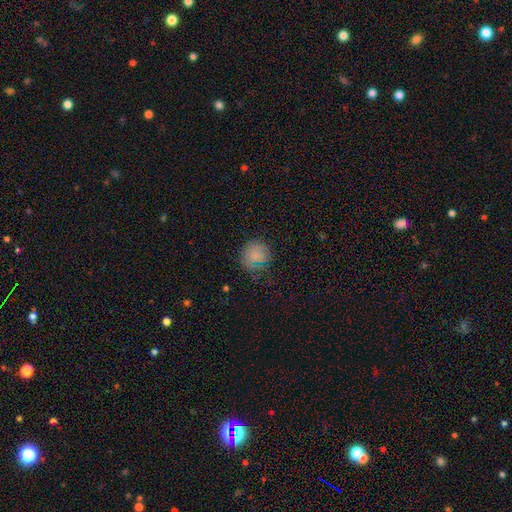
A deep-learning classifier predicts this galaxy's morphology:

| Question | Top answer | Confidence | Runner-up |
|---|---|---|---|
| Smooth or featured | smooth | 75% | featured or disk (14%) |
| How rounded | round | 90% | in between (9%) |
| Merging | none | 74% | minor disturbance (19%) |